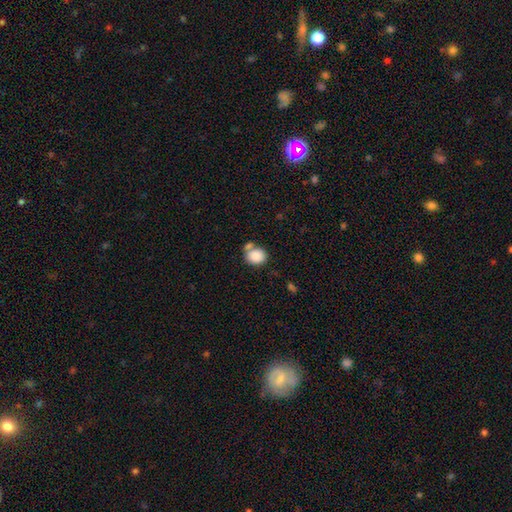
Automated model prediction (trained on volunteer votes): Overall: smooth (86%). How rounded: round (60%; in between 39%). Merging: none (56%; merger 27%).